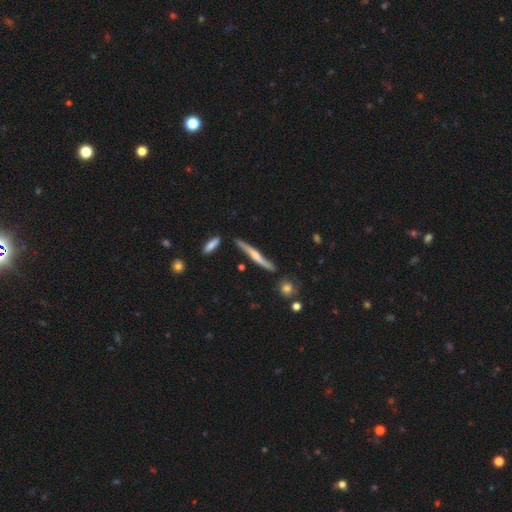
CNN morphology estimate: Overall: featured or disk (56%; smooth 39%). Edge-on disk: yes (89%). Merging: none (76%).